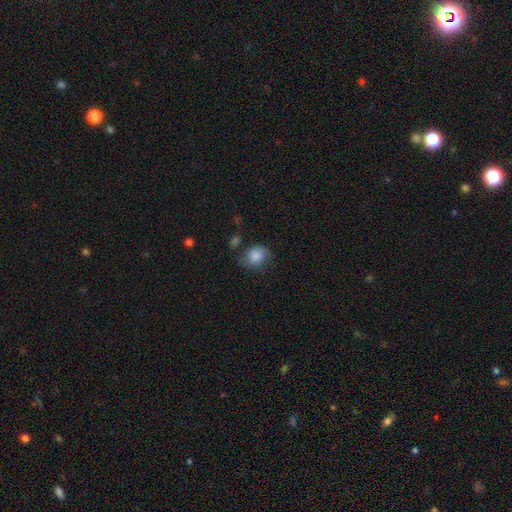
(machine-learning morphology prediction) Smooth or featured?
  - smooth: 79% *
  - featured or disk: 12%
  - star or artifact: 9%
How rounded?
  - round: 57% *
  - in between: 42%
  - cigar-shaped: 1%
Merging?
  - none: 55% *
  - minor disturbance: 28%
  - major disturbance: 12%
  - merger: 5%